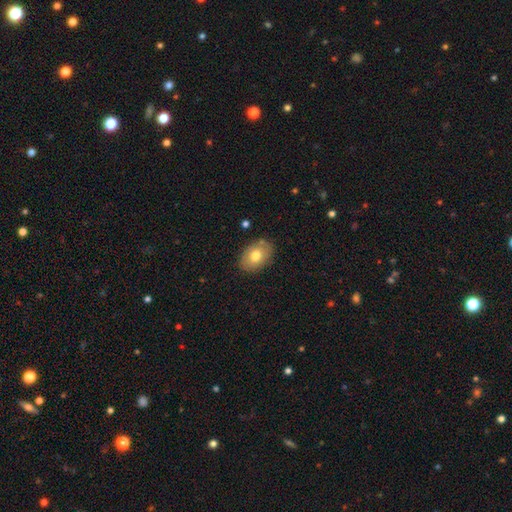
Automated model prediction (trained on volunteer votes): A smooth galaxy with no disk features (74%) that is in between round and cigar-shaped (82%).

Vote fractions:
- Smooth or featured? smooth: 74% / featured or disk: 19% / star or artifact: 8%
- How rounded? in between: 82% / round: 17% / cigar-shaped: 1%
- Merging? none: 83% / minor disturbance: 12% / major disturbance: 3% / merger: 2%